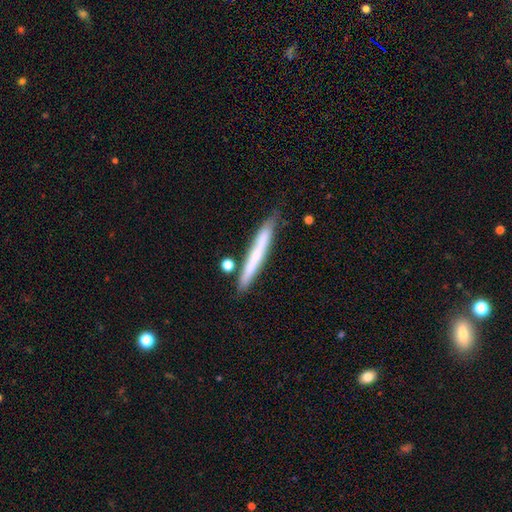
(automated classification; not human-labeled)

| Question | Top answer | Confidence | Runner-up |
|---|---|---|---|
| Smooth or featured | smooth | 57% | featured or disk (36%) |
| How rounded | cigar-shaped | 95% | in between (3%) |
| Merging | none | 74% | minor disturbance (16%) |